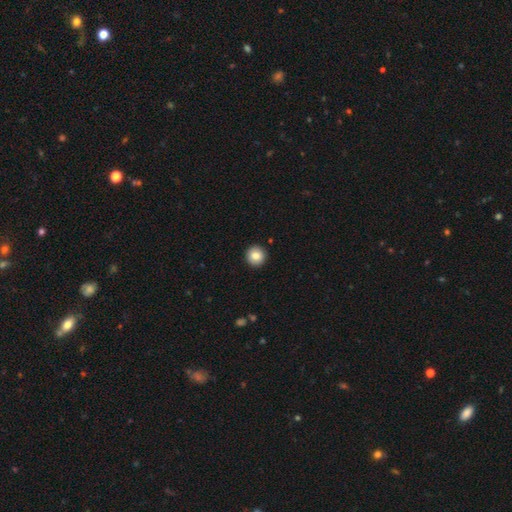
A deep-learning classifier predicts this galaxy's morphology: smooth 83%, star or artifact 9%, featured or disk 8%. Down the decision tree: how rounded — round (95%); merging — none (93%).